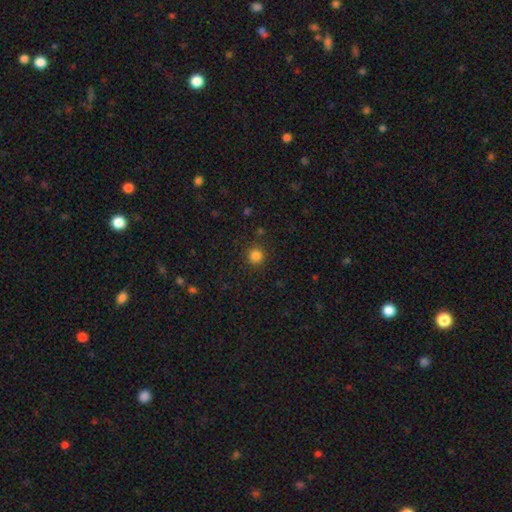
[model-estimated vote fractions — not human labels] Smooth or featured? smooth (84%)
How rounded? round (94%)
Merging? none (90%)